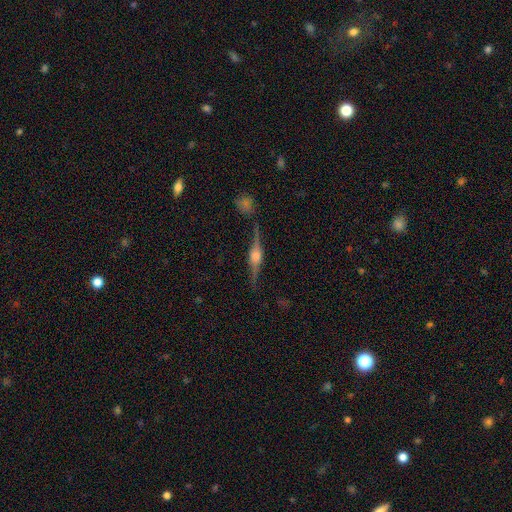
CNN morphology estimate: featured or disk 84%, smooth 10%, star or artifact 7%. Down the decision tree: edge-on disk — yes (97%); edge-on bulge — rounded (89%); merging — none (83%).